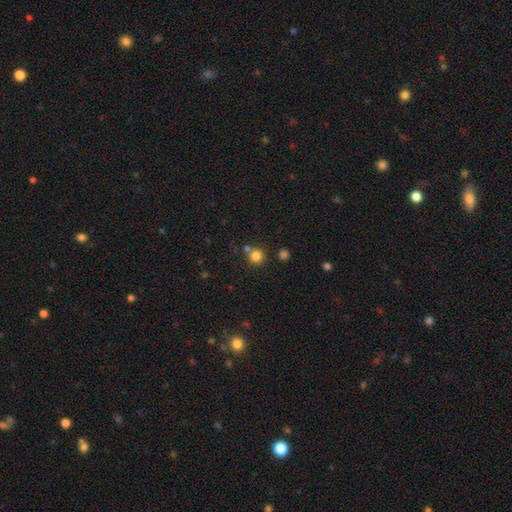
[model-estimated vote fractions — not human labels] This appears to be a smooth galaxy with no disk features (82%) that is round (92%). Merging: none (71%).